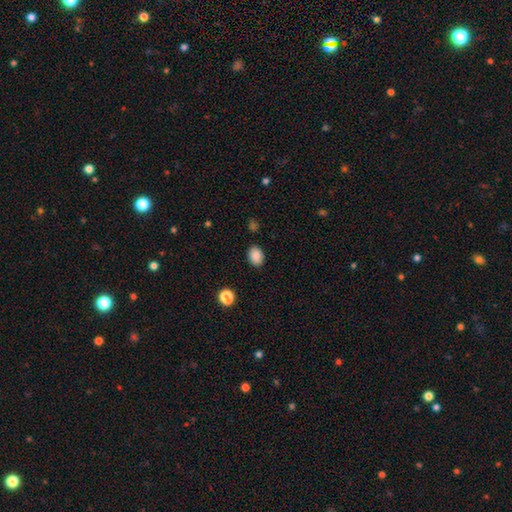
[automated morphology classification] Smooth or featured: smooth — 88% (star or artifact — 9%)
How rounded: in between — 71% (round — 28%)
Merging: none — 86% (minor disturbance — 10%)